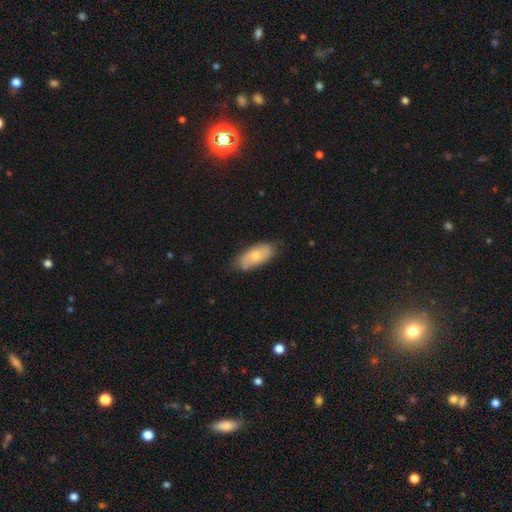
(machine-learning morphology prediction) This is likely a smooth galaxy (67%). How rounded: clearly in between (89%). Merging: likely none (75%).